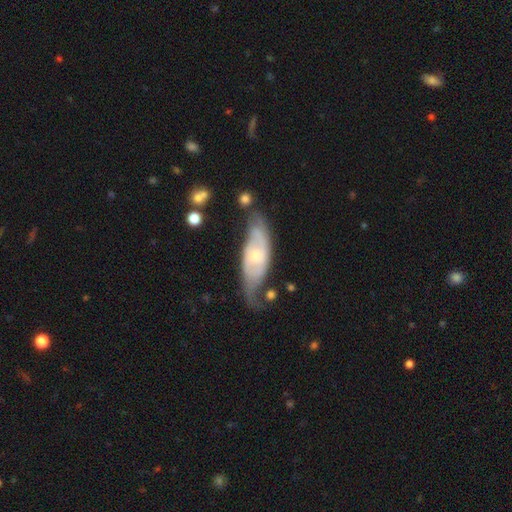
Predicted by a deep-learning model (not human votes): A featured or disk galaxy (72%) with no bar (58%), 2 (69%) medium (43%) spiral arms (87%) and a small central bulge (51%). Merging: none (54%).